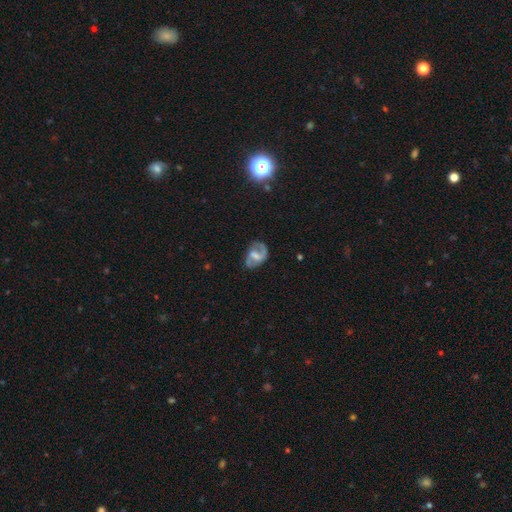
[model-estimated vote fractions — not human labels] Smooth or featured?
  - featured or disk: 72% *
  - smooth: 21%
  - star or artifact: 8%
Edge-on disk?
  - no: 97% *
  - yes: 3%
Bar?
  - weak: 50% *
  - strong: 27%
  - no: 24%
Spiral arms?
  - yes: 85% *
  - no: 15%
Spiral winding?
  - loose: 43% * (tied)
  - medium: 43% * (tied)
  - tight: 14%
Spiral arm count?
  - 2: 81% *
  - 1: 8%
  - can't tell: 8%
  - 3: 2%
  - 4: 1%
  - more than 4: 1%
Bulge size?
  - moderate: 37% *
  - small: 33%
  - none: 23%
  - large: 6%
  - dominant: 1%
Merging?
  - none: 62% *
  - minor disturbance: 22%
  - major disturbance: 13%
  - merger: 3%